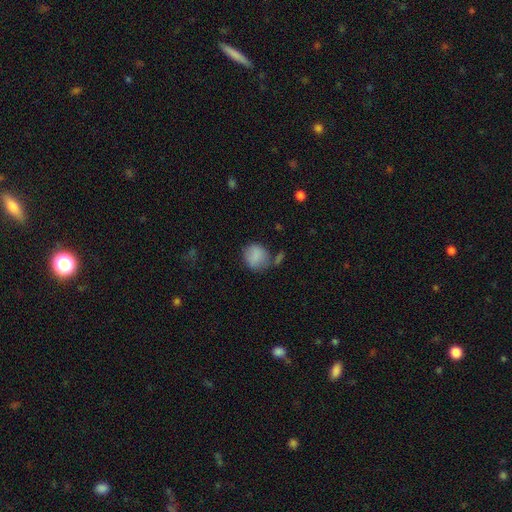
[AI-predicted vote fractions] Smooth or featured: smooth — 84% (star or artifact — 9%)
How rounded: round — 79% (in between — 20%)
Merging: none — 59% (minor disturbance — 22%)